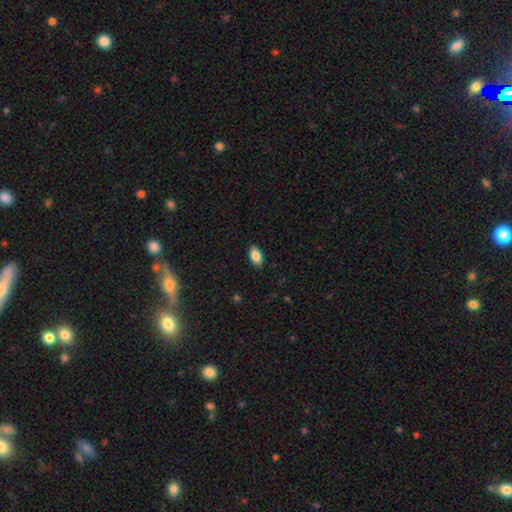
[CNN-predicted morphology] Smooth or featured?
  - smooth: 85% *
  - star or artifact: 8%
  - featured or disk: 7%
How rounded?
  - in between: 92% *
  - round: 5%
  - cigar-shaped: 3%
Merging?
  - none: 88% *
  - minor disturbance: 9%
  - major disturbance: 2%
  - merger: 1%